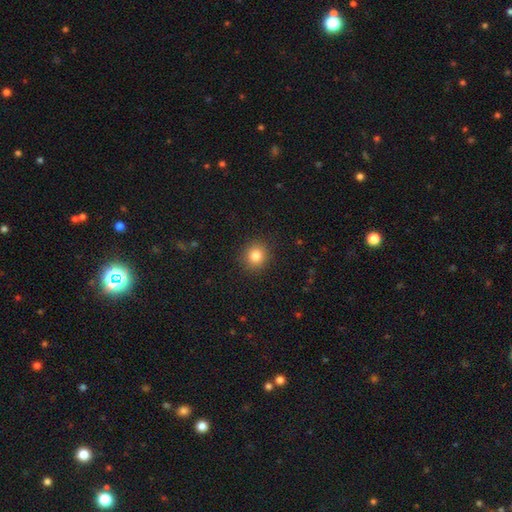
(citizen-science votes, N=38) smooth_or_featured: smooth (p=0.89) [alt: star or artifact p=0.08]
how_rounded: round (p=0.97) [alt: in between p=0.03]
merging: none (p=0.91) [alt: minor disturbance p=0.06]